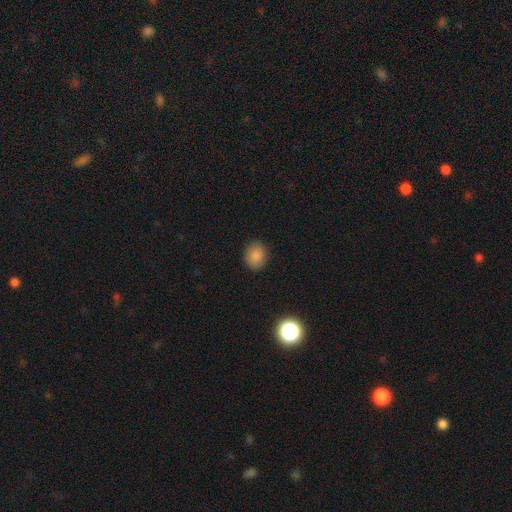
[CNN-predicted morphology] Smooth or featured? smooth (86%)
How rounded? round (63%)
Merging? none (86%)